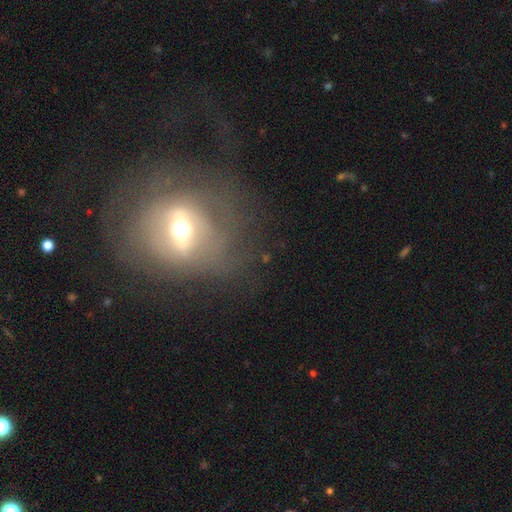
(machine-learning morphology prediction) featured or disk 56%, smooth 25%, star or artifact 19%. Down the decision tree: edge-on disk — no (89%); merging — none (50%).